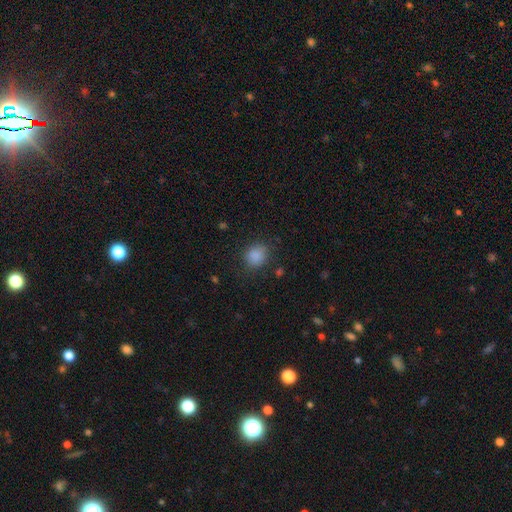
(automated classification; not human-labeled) Smooth or featured? smooth (86%)
How rounded? round (65%)
Merging? none (82%)